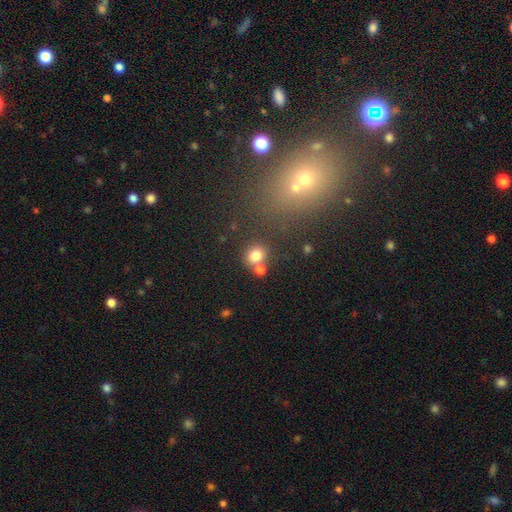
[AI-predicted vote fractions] Smooth or featured: smooth — 79% (star or artifact — 13%)
How rounded: round — 75% (in between — 24%)
Merging: none — 61% (merger — 25%)